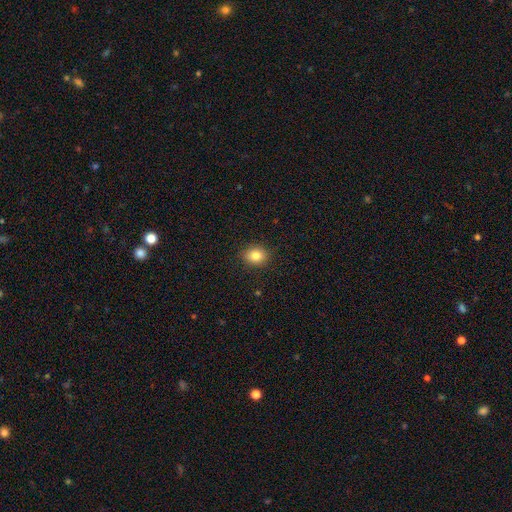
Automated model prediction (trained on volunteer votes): Smooth or featured: smooth — 82% (star or artifact — 11%)
How rounded: round — 56% (in between — 43%)
Merging: none — 89% (minor disturbance — 8%)